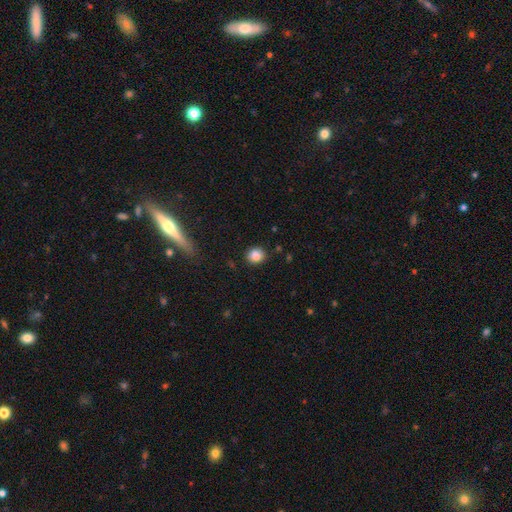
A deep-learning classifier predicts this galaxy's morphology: type=smooth (87%); roundness=round (81%); merging=none (86%).